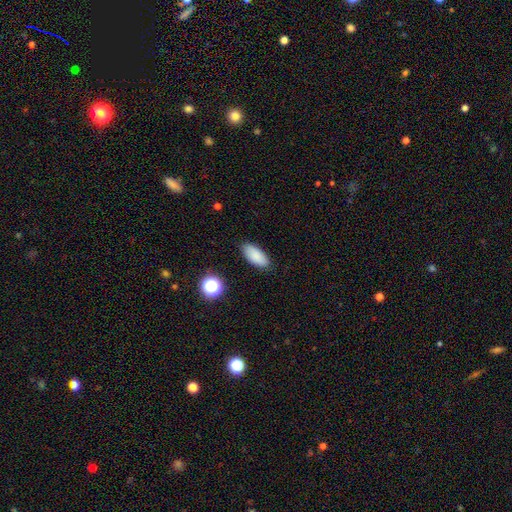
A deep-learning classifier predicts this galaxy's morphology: Smooth or featured? Predicted: smooth (p=0.87). How rounded? Predicted: in between (p=0.86). Merging? Predicted: none (p=0.88).